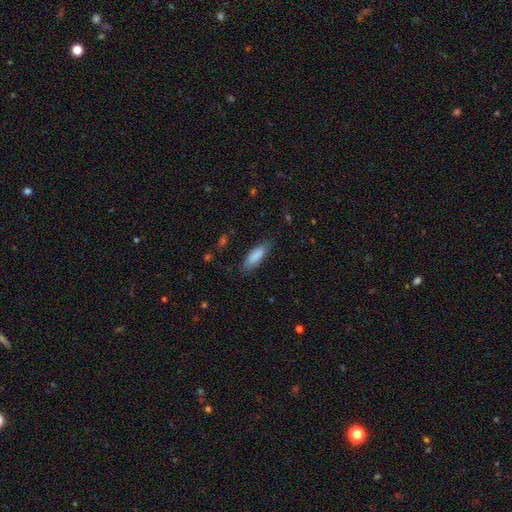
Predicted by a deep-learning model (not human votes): A smooth galaxy with no disk features (86%) that is in between round and cigar-shaped (57%). Merging: none (79%).